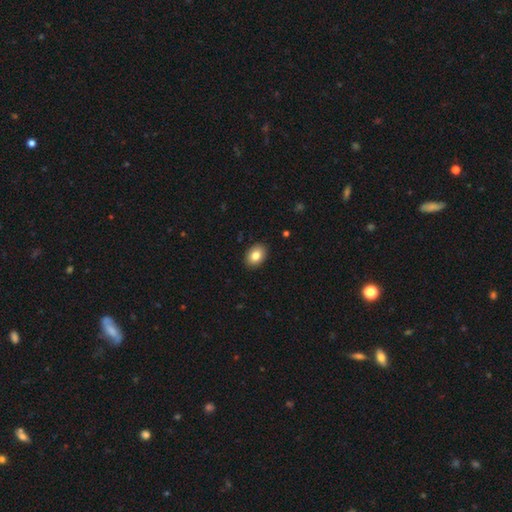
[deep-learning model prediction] Smooth or featured: smooth — 83% (featured or disk — 9%)
How rounded: in between — 74% (round — 25%)
Merging: none — 90% (minor disturbance — 7%)